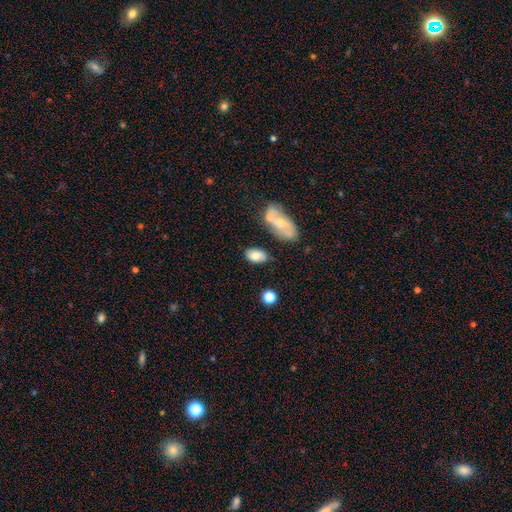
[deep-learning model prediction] Q: Smooth or featured?
A: smooth (75%); runner-up: featured or disk (17%)
Q: How rounded?
A: in between (91%); runner-up: round (7%)
Q: Merging?
A: none (66%); runner-up: minor disturbance (20%)